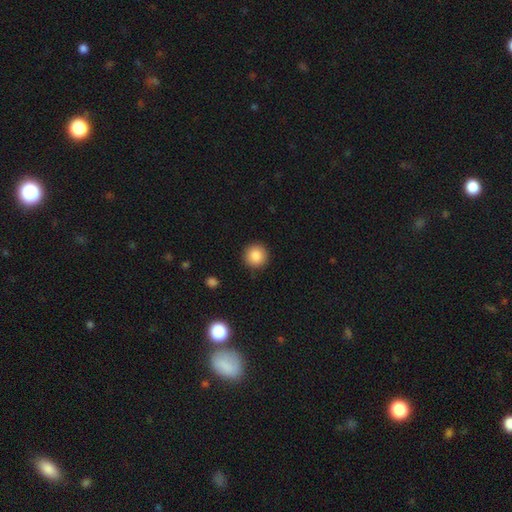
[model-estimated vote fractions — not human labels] Morphology: type=smooth (86%); roundness=round (95%); merging=none (91%).